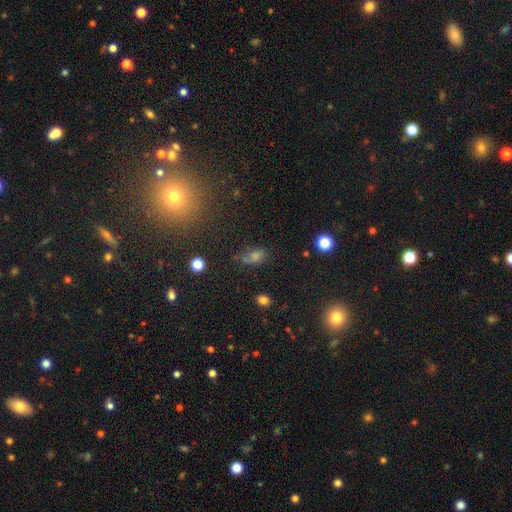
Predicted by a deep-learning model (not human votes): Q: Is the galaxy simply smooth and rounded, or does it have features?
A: smooth — 64%.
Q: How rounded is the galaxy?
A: in between — 76%.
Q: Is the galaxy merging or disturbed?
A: none — 51%.